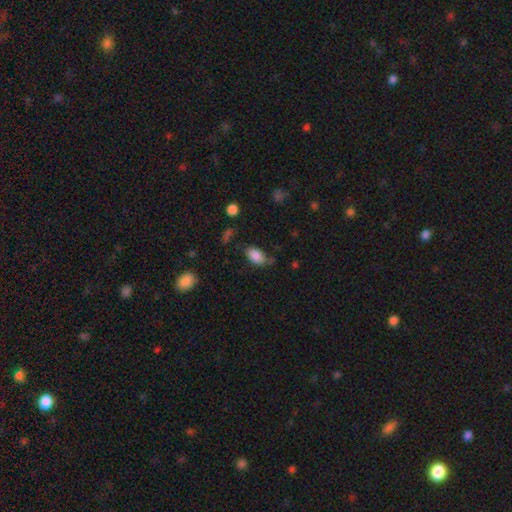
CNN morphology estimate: This appears to be a smooth galaxy with no disk features (86%) that is in between round and cigar-shaped (92%). Merging: none (71%).